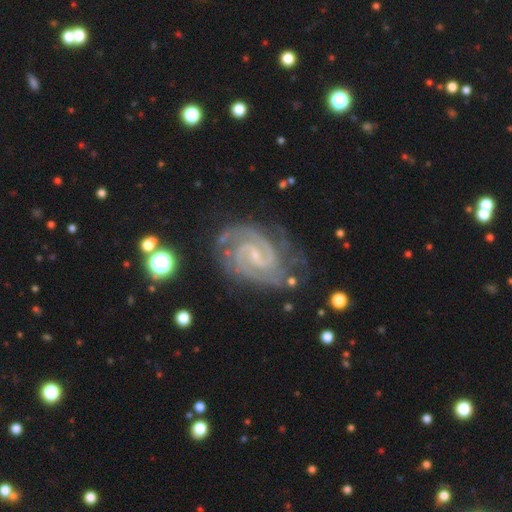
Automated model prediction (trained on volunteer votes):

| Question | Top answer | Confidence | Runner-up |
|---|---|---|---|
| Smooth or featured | featured or disk | 92% | star or artifact (5%) |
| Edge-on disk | no | 98% | yes (2%) |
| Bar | weak | 52% | no (29%) |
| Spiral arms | yes | 99% | no (1%) |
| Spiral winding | tight | 61% | medium (35%) |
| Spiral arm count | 2 | 77% | 3 (10%) |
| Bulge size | small | 78% | moderate (12%) |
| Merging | none | 72% | minor disturbance (19%) |